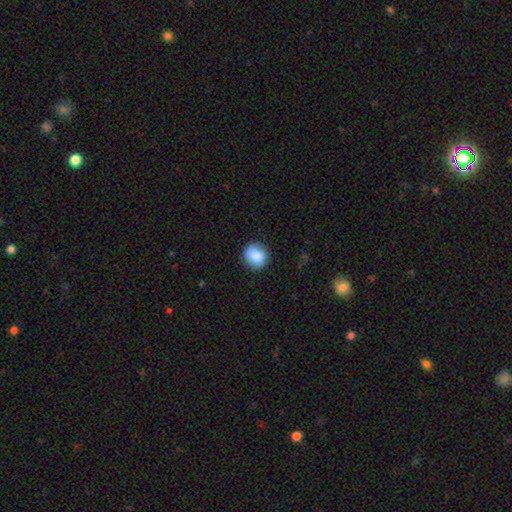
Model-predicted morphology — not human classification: Q: Smooth or featured?
A: smooth (84%); runner-up: featured or disk (8%)
Q: How rounded?
A: round (81%); runner-up: in between (17%)
Q: Merging?
A: none (86%); runner-up: minor disturbance (11%)